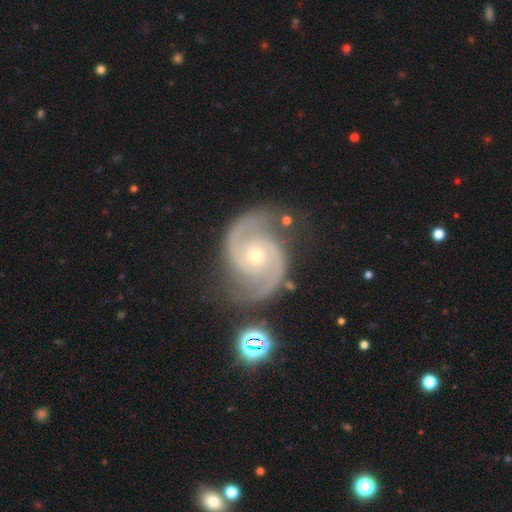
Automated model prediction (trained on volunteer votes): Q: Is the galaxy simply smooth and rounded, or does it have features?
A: featured or disk — 92%.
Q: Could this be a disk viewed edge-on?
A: no — 98%.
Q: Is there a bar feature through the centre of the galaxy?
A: no — 70%.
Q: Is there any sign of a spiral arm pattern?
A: yes — 99%.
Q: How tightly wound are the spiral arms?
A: medium — 60%.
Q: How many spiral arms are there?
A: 2 — 94%.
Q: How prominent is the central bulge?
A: small — 62%.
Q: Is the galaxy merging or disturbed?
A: none — 77%.